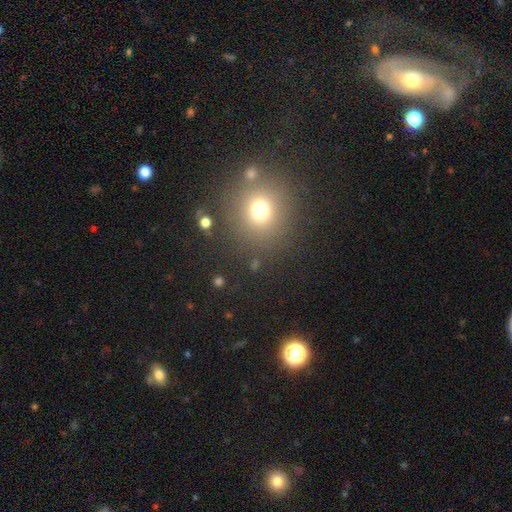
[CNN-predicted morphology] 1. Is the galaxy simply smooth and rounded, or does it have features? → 60% smooth, 30% star or artifact, 10% featured or disk.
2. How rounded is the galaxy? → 90% round, 9% in between, 1% cigar-shaped.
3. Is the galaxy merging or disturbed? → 83% none, 8% minor disturbance, 5% merger, 4% major disturbance.